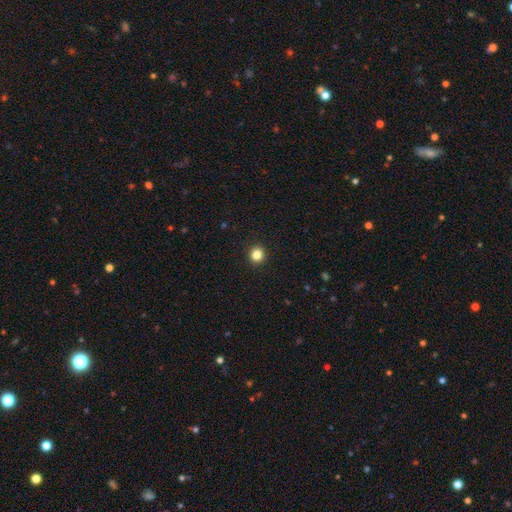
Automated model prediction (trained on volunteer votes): Smooth or featured: smooth — 84% (star or artifact — 12%)
How rounded: round — 92% (in between — 7%)
Merging: none — 93% (minor disturbance — 4%)